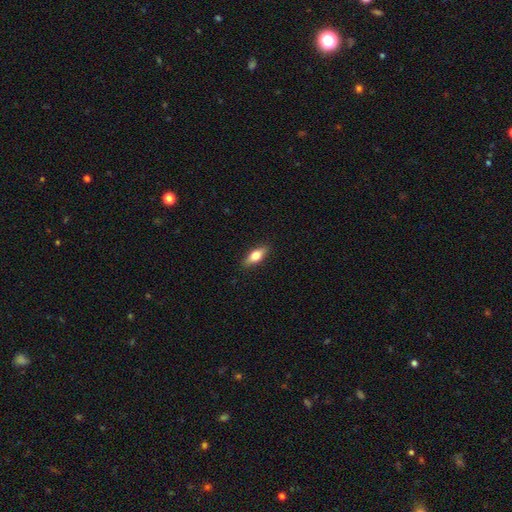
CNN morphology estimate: Smooth or featured? Predicted: smooth (p=0.64). How rounded? Predicted: in between (p=0.69). Merging? Predicted: none (p=0.88).